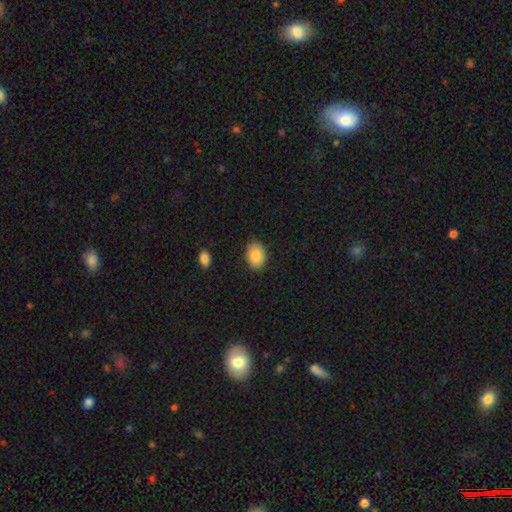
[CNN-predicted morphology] A smooth galaxy with no disk features (87%) that is in between round and cigar-shaped (81%).

Vote fractions:
- Smooth or featured? smooth: 87% / star or artifact: 7% / featured or disk: 6%
- How rounded? in between: 81% / round: 18% / cigar-shaped: 1%
- Merging? none: 85% / minor disturbance: 11% / major disturbance: 2% / merger: 1%